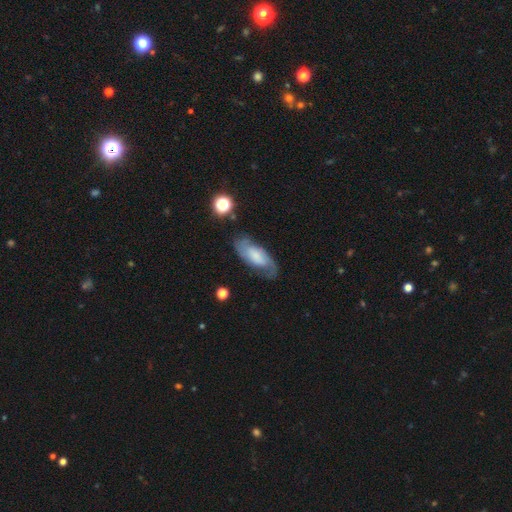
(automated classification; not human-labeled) The model was most divided on "bulge size": small: 31%, moderate: 23%, none: 23%, large: 18%, dominant: 4%. More confident: edge-on disk — no (91%); spiral arms — yes (90%); merging — none (69%); smooth or featured — featured or disk (61%); bar — no (59%).